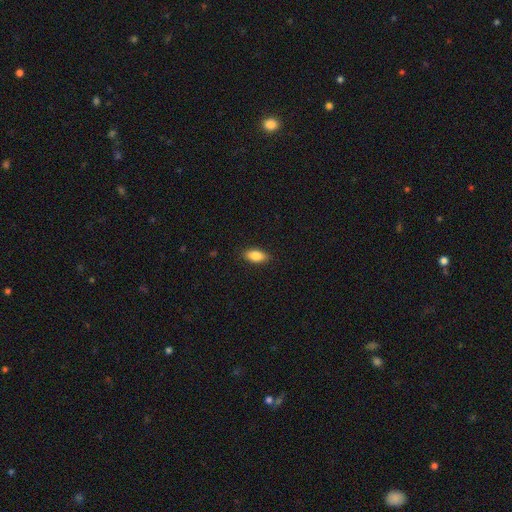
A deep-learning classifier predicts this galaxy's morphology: Smooth or featured? Predicted: smooth (p=0.85). How rounded? Predicted: in between (p=0.88). Merging? Predicted: none (p=0.89).